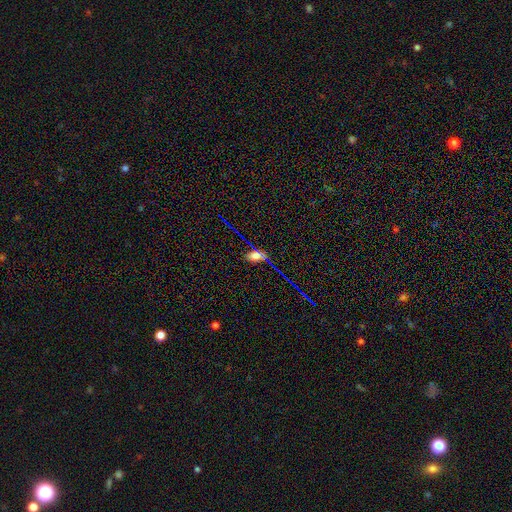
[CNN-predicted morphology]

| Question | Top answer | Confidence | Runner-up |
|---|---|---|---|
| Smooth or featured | smooth | 49% | star or artifact (34%) |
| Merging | none | 64% | minor disturbance (18%) |